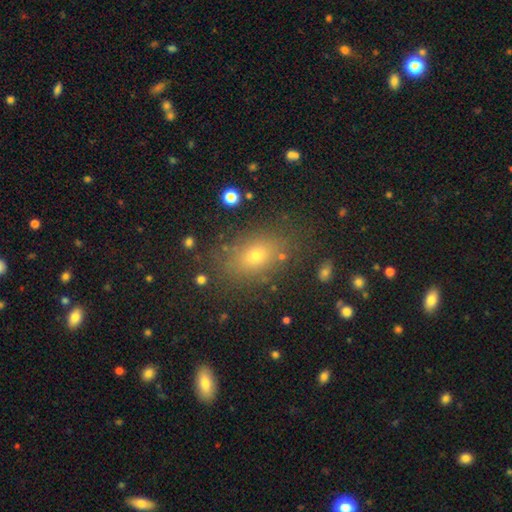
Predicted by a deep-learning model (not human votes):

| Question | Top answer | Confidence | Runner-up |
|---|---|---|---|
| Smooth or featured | smooth | 69% | star or artifact (17%) |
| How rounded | in between | 77% | round (20%) |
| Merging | none | 82% | minor disturbance (11%) |